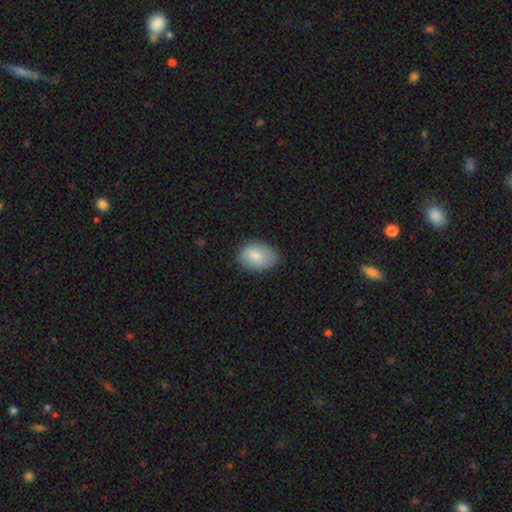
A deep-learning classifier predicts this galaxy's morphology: A smooth galaxy with no disk features (81%) that is in between round and cigar-shaped (76%).

Vote fractions:
- Smooth or featured? smooth: 81% / featured or disk: 12% / star or artifact: 6%
- How rounded? in between: 76% / round: 23% / cigar-shaped: 1%
- Merging? none: 79% / minor disturbance: 17% / major disturbance: 3% / merger: 1%